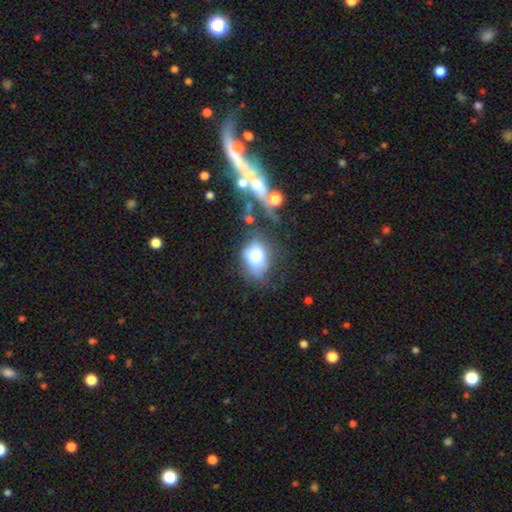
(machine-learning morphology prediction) Smooth or featured: smooth — 66% (featured or disk — 22%)
How rounded: in between — 69% (round — 29%)
Merging: none — 43% (minor disturbance — 24%)